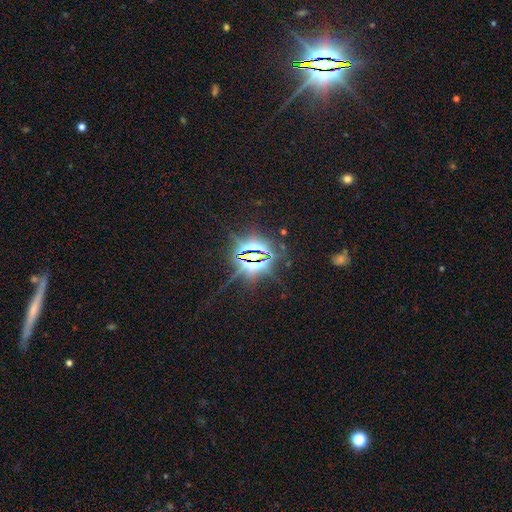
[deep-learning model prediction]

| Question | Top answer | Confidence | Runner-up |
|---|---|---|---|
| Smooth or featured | star or artifact | 84% | featured or disk (8%) |